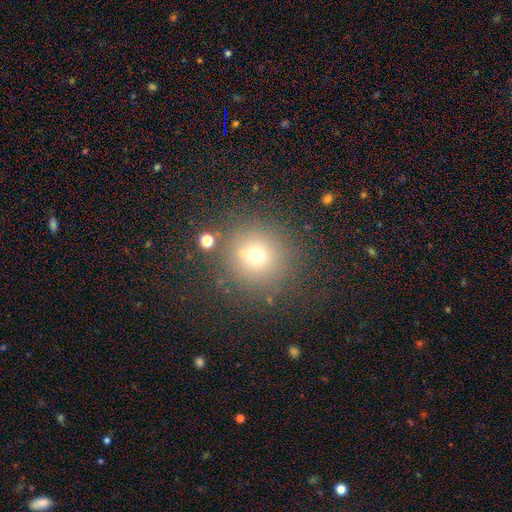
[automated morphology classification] This is likely a smooth galaxy (68%). How rounded: clearly round (93%). Merging: clearly none (82%).